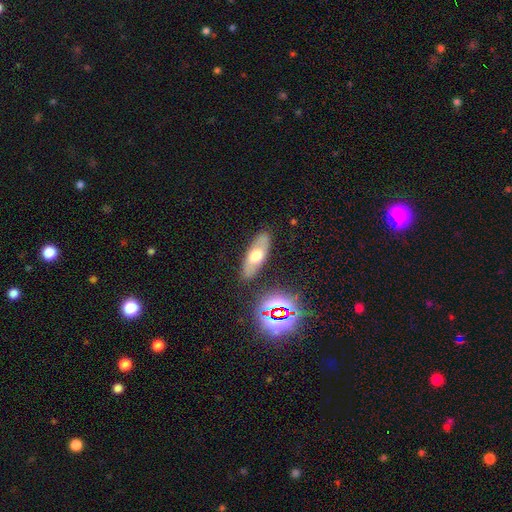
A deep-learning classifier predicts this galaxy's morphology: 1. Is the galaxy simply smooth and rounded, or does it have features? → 52% smooth, 38% featured or disk, 10% star or artifact.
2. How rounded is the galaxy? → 71% in between, 25% cigar-shaped, 4% round.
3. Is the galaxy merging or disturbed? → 84% none, 11% minor disturbance, 3% major disturbance, 3% merger.